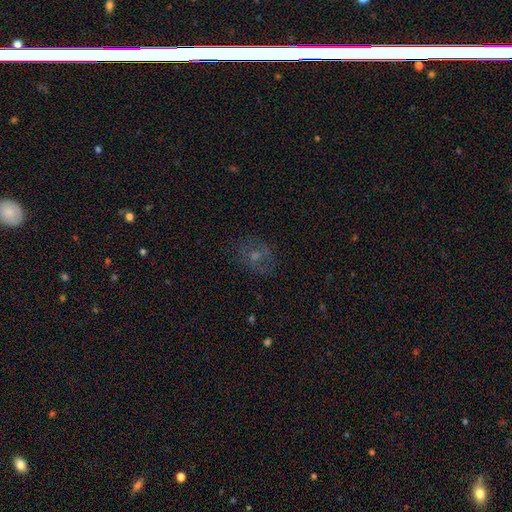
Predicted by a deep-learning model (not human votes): This is marginally a smooth galaxy (41%). Merging: likely none (68%).